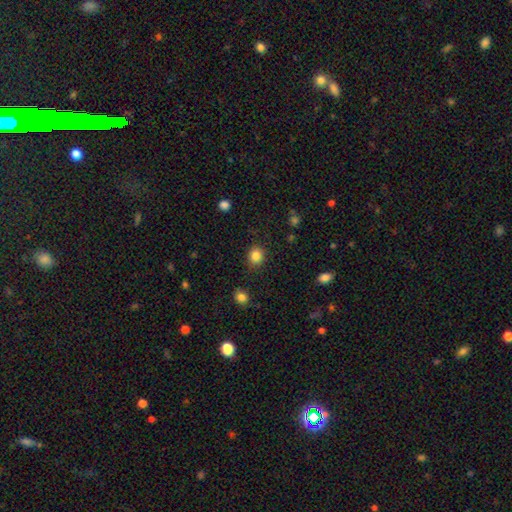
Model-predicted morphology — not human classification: A smooth galaxy with no disk features (85%) that is round (72%). Merging: none (87%).